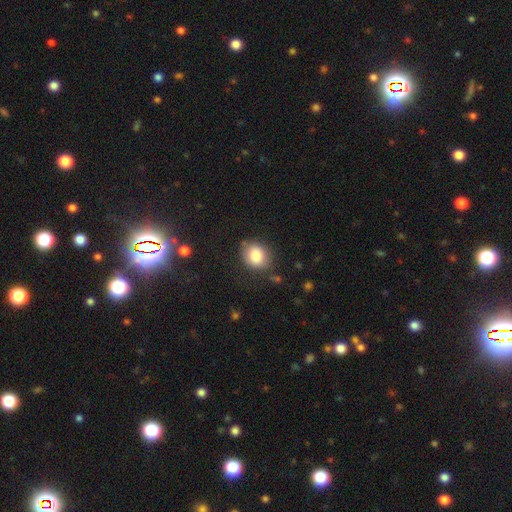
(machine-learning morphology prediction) This is clearly a smooth galaxy (84%). How rounded: likely round (65%). Merging: likely none (76%).